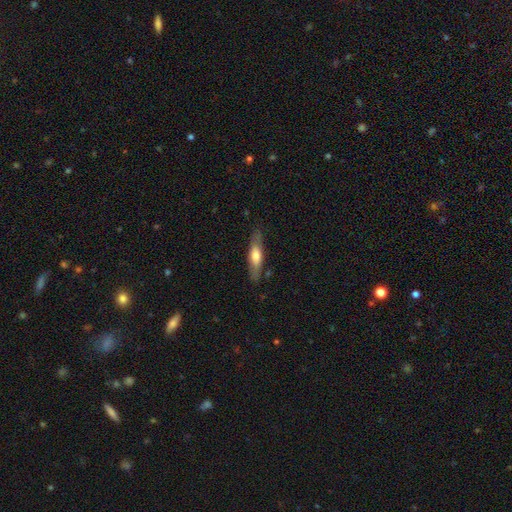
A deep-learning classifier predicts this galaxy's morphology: smooth-or-featured: smooth: 54% | featured or disk: 40% | star or artifact: 6%
  how-rounded: cigar-shaped: 66% | in between: 32% | round: 2%
  merging: none: 82% | minor disturbance: 13% | major disturbance: 3% | merger: 2%